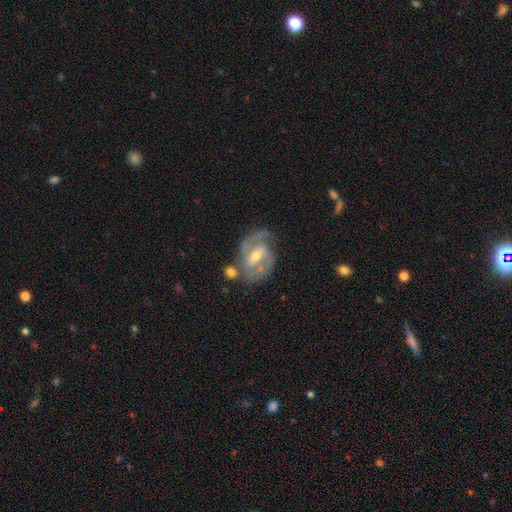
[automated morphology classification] smooth_or_featured: featured or disk (p=0.87) [alt: smooth p=0.07]
disk_edge_on: no (p=0.97) [alt: yes p=0.03]
bar: weak (p=0.43) [alt: strong p=0.42]
has_spiral_arms: yes (p=0.95) [alt: no p=0.05]
spiral_winding: medium (p=0.52) [alt: tight p=0.36]
spiral_arm_count: 2 (p=0.83) [alt: can't tell p=0.06]
bulge_size: moderate (p=0.51) [alt: small p=0.45]
merging: none (p=0.68) [alt: minor disturbance p=0.17]